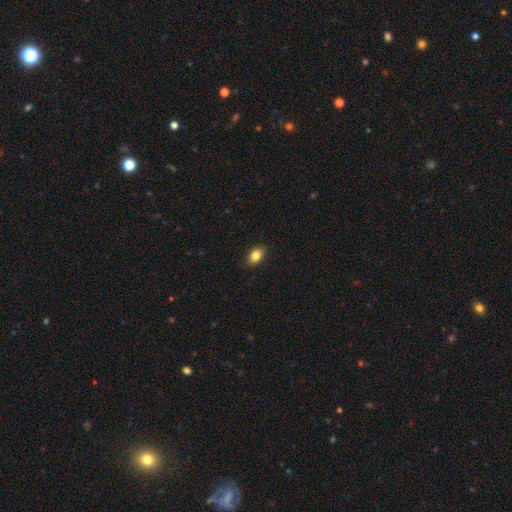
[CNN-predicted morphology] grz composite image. It shows a smooth galaxy with no disk features (85%) that is in between round and cigar-shaped (83%). Merging: none (89%).